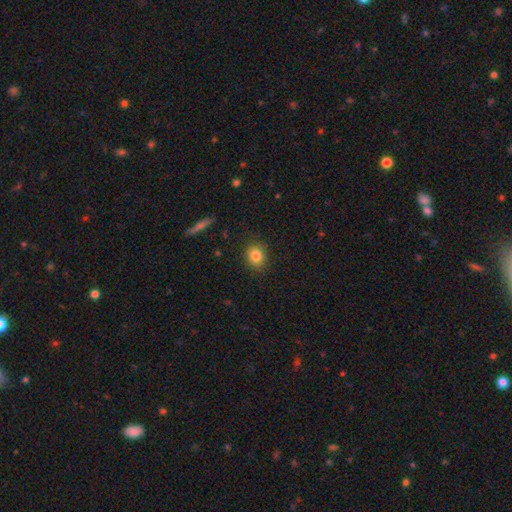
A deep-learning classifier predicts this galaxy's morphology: smooth 83%, star or artifact 10%, featured or disk 7%. Down the decision tree: how rounded — round (67%); merging — none (87%).